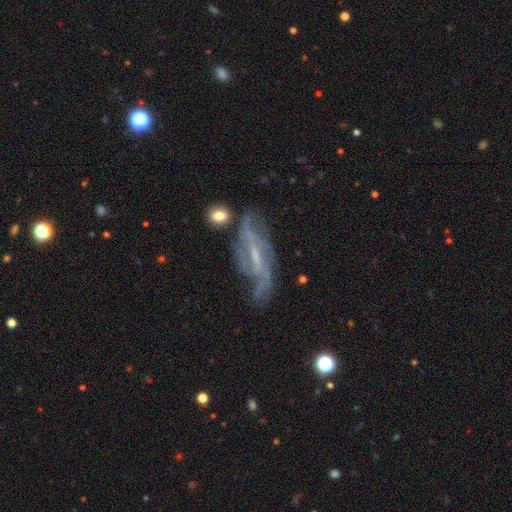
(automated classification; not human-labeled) This appears to be a featured or disk galaxy (80%) with a weak bar (44%), 2 (42%) medium (42%) spiral arms (87%) and a small central bulge (58%). Merging: none (59%).